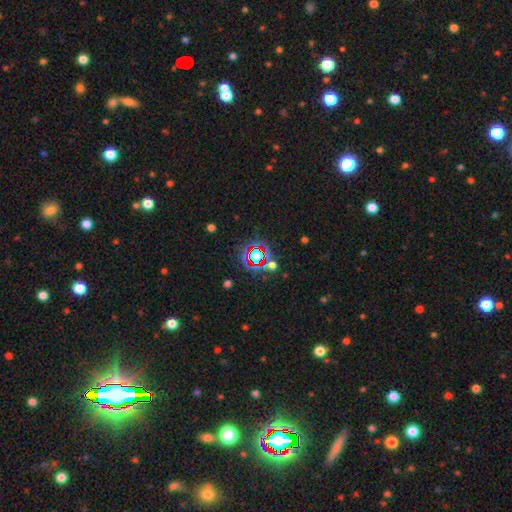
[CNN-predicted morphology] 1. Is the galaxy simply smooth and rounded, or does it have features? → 66% star or artifact, 23% smooth, 11% featured or disk.